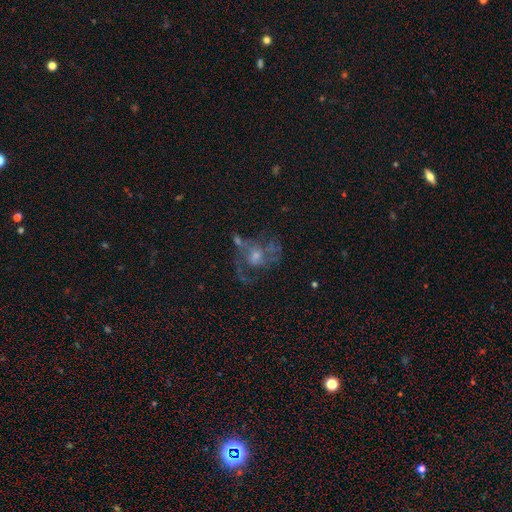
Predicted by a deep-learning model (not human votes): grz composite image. It shows a featured or disk galaxy (70%) with no bar (74%), 2 (42%) medium (46%) spiral arms (76%) and a moderate central bulge (48%). Merging: none (45%).